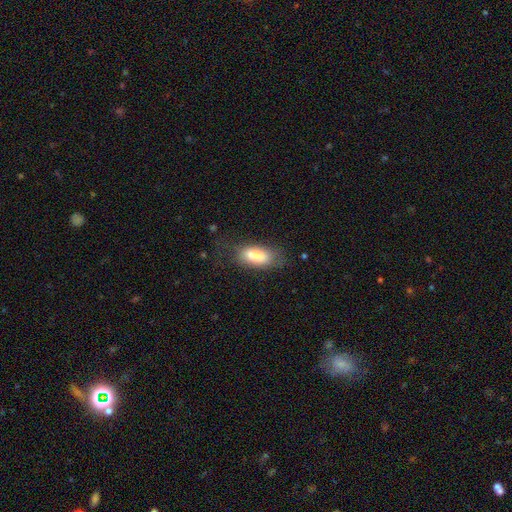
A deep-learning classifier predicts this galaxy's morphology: smooth-or-featured: smooth: 83% | featured or disk: 10% | star or artifact: 7%
  how-rounded: in between: 83% | cigar-shaped: 14% | round: 3%
  merging: none: 64% | minor disturbance: 22% | major disturbance: 12% | merger: 2%